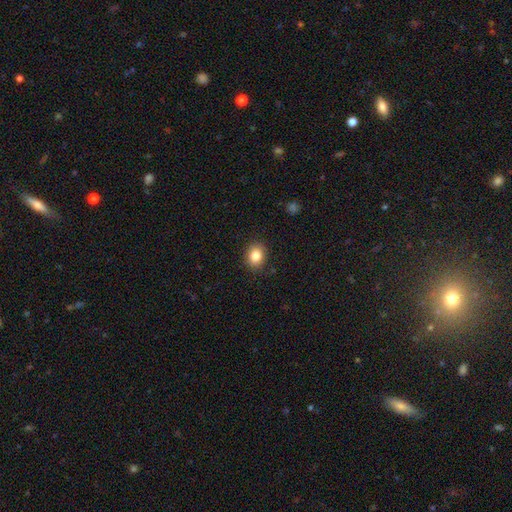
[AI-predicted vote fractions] This appears to be a smooth galaxy with no disk features (85%) that is round (50%). Merging: none (88%).